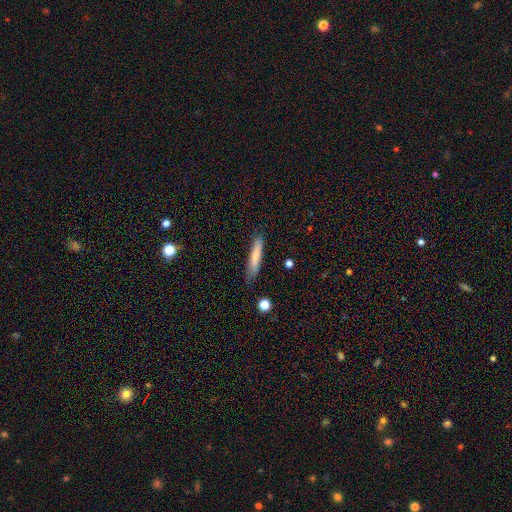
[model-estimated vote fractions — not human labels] Smooth or featured: smooth — 75% (featured or disk — 18%)
How rounded: cigar-shaped — 90% (in between — 9%)
Merging: none — 78% (minor disturbance — 17%)